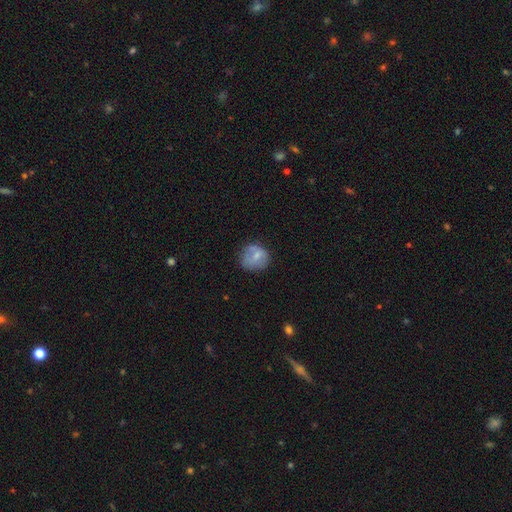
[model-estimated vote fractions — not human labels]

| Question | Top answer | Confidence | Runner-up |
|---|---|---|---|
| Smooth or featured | smooth | 65% | featured or disk (26%) |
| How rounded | round | 75% | in between (24%) |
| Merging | none | 59% | minor disturbance (26%) |